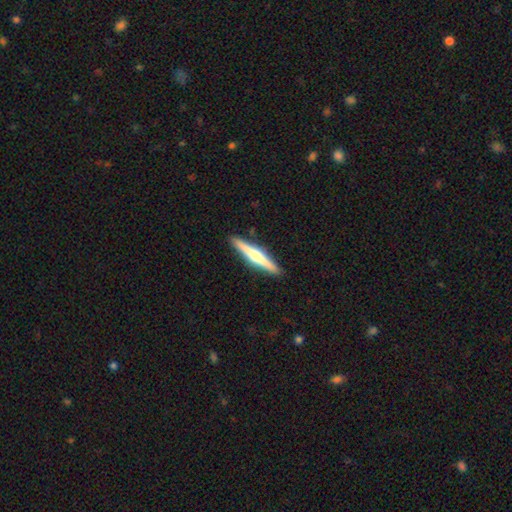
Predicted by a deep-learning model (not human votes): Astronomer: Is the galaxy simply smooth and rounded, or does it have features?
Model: featured or disk — 60% (runner-up: smooth, 35%).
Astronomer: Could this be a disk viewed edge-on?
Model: yes — 97%.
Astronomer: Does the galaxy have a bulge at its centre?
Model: rounded — 78%.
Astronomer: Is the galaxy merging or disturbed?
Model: none — 91%.